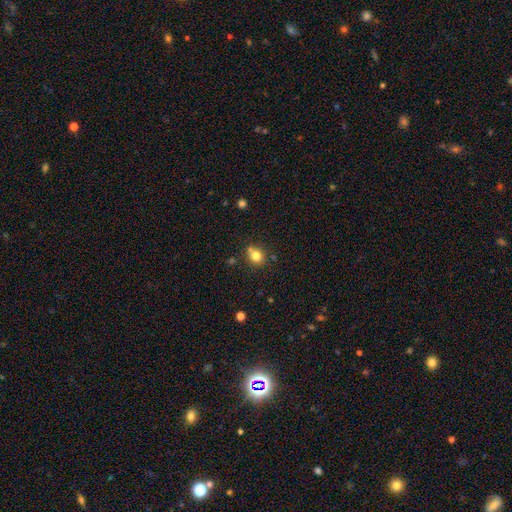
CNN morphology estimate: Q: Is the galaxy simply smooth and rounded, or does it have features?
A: smooth — 79%.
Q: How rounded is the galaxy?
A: round — 76%.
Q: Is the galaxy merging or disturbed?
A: none — 70%.